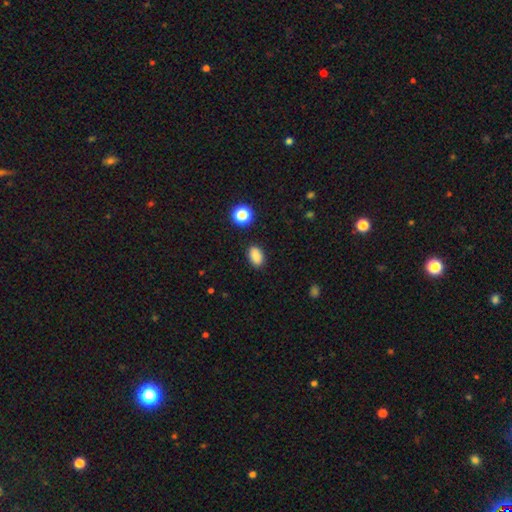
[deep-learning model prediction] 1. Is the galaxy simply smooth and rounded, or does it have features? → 86% smooth, 11% star or artifact, 3% featured or disk.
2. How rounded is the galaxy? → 87% in between, 11% round, 2% cigar-shaped.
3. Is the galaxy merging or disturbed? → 87% none, 9% minor disturbance, 2% major disturbance, 2% merger.